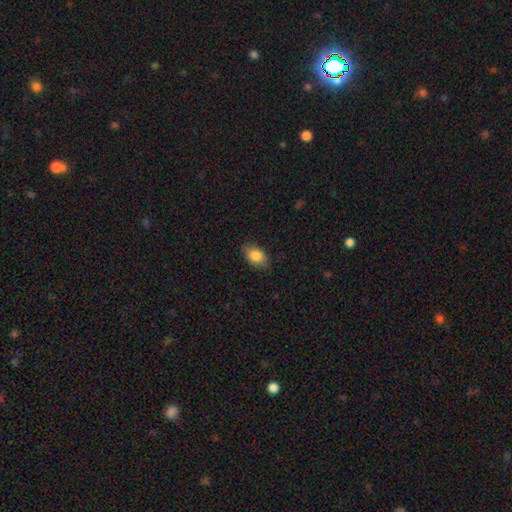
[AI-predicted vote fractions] Smooth or featured? smooth (86%)
How rounded? in between (87%)
Merging? none (83%)